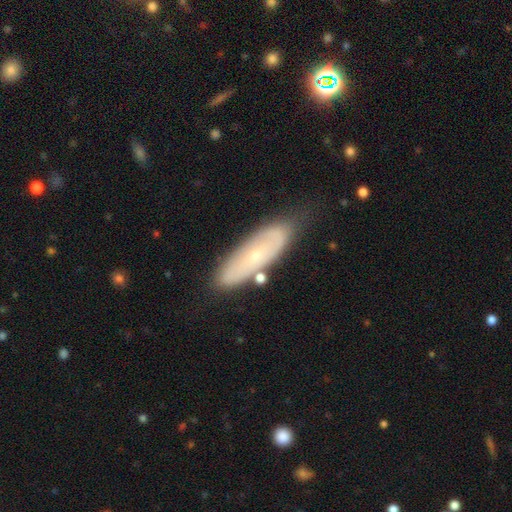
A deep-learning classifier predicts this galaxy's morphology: This appears to be a featured or disk galaxy (53%). Merging: none (68%).